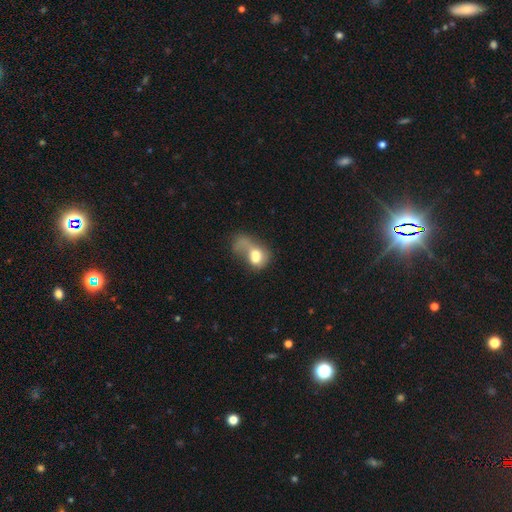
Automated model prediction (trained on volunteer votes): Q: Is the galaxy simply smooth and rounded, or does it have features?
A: smooth — 59%.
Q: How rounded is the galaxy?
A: in between — 58%.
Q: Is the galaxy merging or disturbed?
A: merger — 53%.